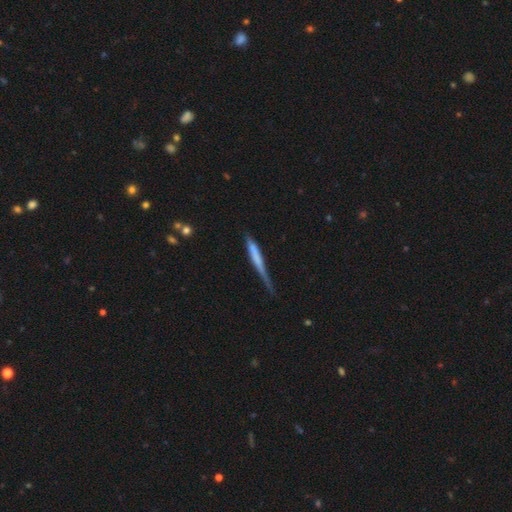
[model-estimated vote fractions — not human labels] smooth-or-featured: smooth: 56% | featured or disk: 38% | star or artifact: 6%
  how-rounded: cigar-shaped: 94% | in between: 4% | round: 2%
  merging: none: 49% | minor disturbance: 34% | major disturbance: 13% | merger: 4%